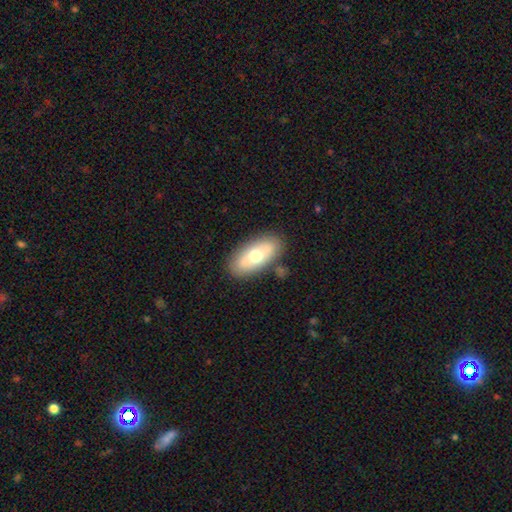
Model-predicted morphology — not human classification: smooth_or_featured: smooth (p=0.60) [alt: featured or disk p=0.34]
how_rounded: in between (p=0.90) [alt: cigar-shaped p=0.06]
merging: none (p=0.81) [alt: minor disturbance p=0.12]